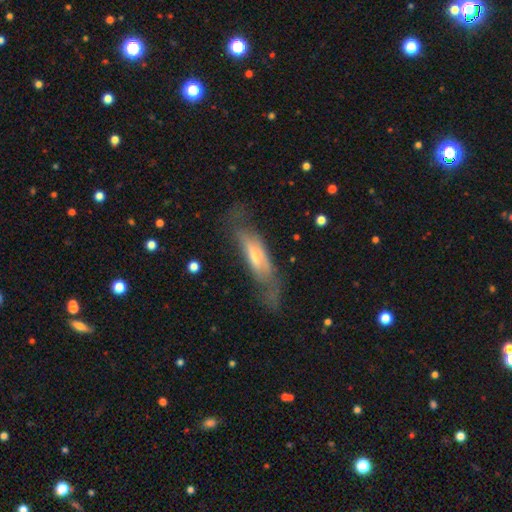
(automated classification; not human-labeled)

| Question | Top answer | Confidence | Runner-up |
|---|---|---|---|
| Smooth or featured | featured or disk | 53% | smooth (40%) |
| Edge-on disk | yes | 54% | no (46%) |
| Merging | none | 53% | minor disturbance (25%) |